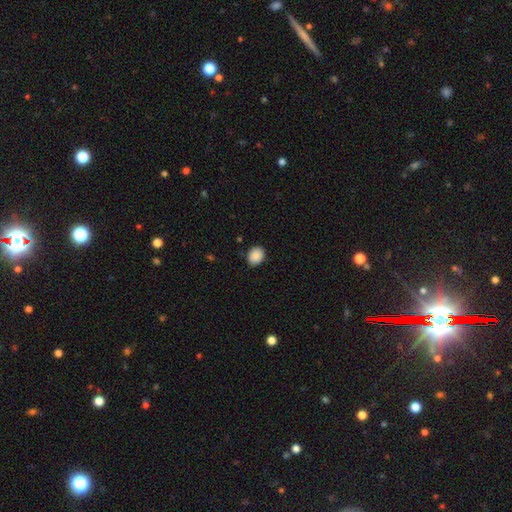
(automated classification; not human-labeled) smooth_or_featured: smooth (p=0.90) [alt: star or artifact p=0.08]
how_rounded: in between (p=0.51) [alt: round p=0.48]
merging: none (p=0.89) [alt: minor disturbance p=0.08]